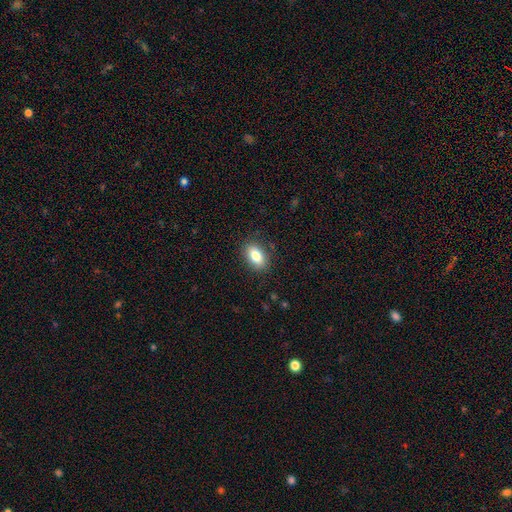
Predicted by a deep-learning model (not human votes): Smooth or featured?
  - smooth: 82% *
  - featured or disk: 10%
  - star or artifact: 8%
How rounded?
  - in between: 90% *
  - round: 8%
  - cigar-shaped: 3%
Merging?
  - none: 86% *
  - minor disturbance: 10%
  - major disturbance: 3%
  - merger: 1%